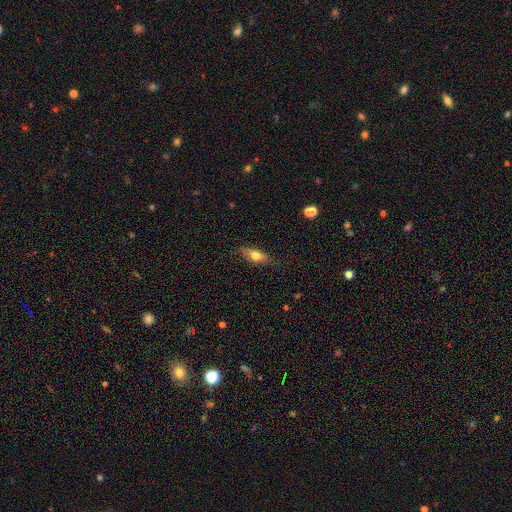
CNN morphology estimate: Q: Smooth or featured?
A: smooth (64%); runner-up: featured or disk (28%)
Q: How rounded?
A: in between (67%); runner-up: cigar-shaped (28%)
Q: Merging?
A: none (79%); runner-up: minor disturbance (16%)